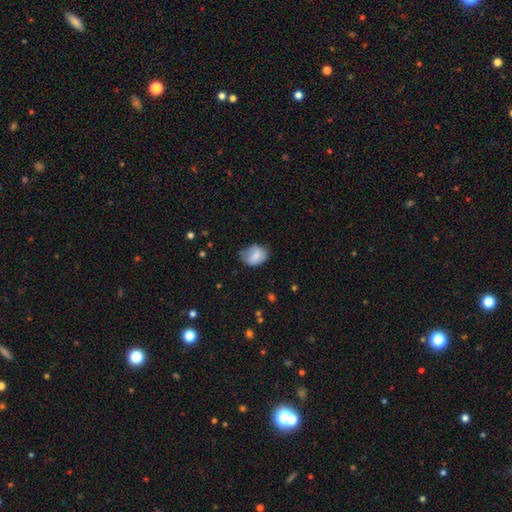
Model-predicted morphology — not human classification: Smooth or featured?
  - smooth: 78% *
  - featured or disk: 13%
  - star or artifact: 8%
How rounded?
  - in between: 55% *
  - round: 44%
  - cigar-shaped: 1%
Merging?
  - none: 55% *
  - minor disturbance: 33%
  - major disturbance: 10%
  - merger: 2%